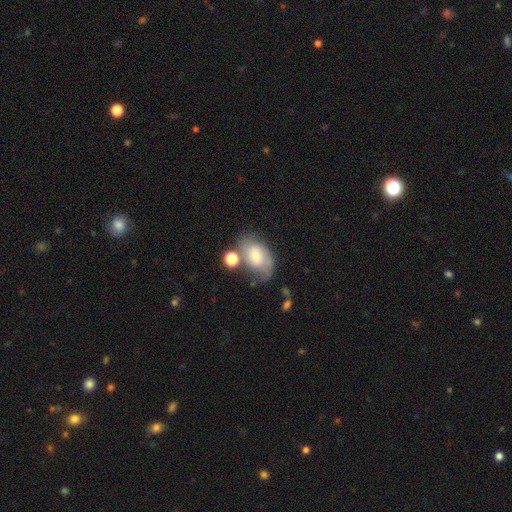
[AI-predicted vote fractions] Smooth or featured: smooth — 47% (featured or disk — 44%)
Merging: none — 45% (minor disturbance — 24%)